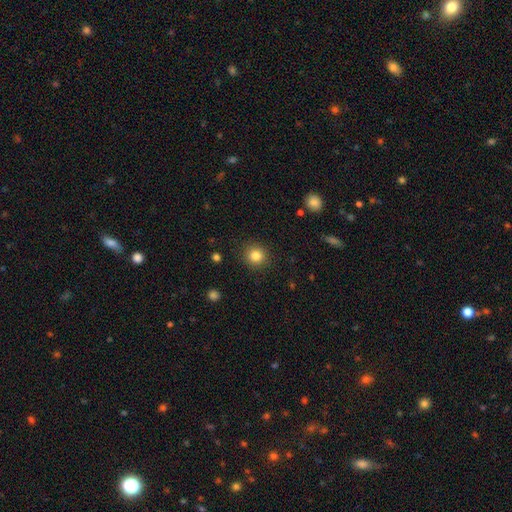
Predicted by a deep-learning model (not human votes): The model was most divided on "smooth or featured": smooth: 83%, star or artifact: 11%, featured or disk: 6%. More confident: how rounded — round (92%); merging — none (91%).